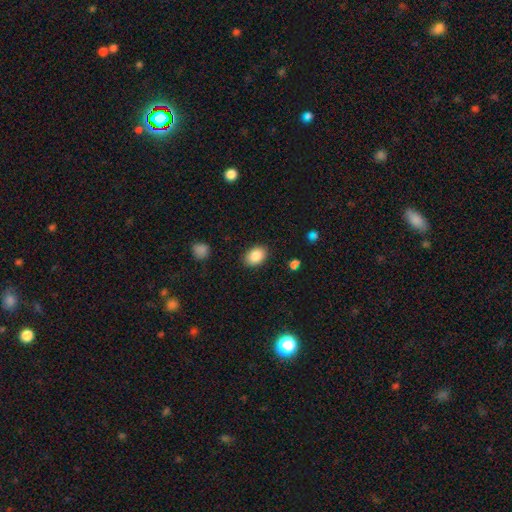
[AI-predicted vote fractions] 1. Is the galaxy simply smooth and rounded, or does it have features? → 86% smooth, 8% star or artifact, 6% featured or disk.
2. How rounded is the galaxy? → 80% in between, 19% round, 1% cigar-shaped.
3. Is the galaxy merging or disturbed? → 87% none, 9% minor disturbance, 2% major disturbance, 1% merger.